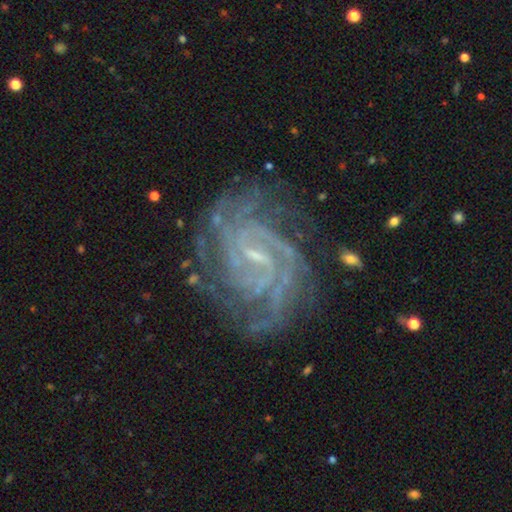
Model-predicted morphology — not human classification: This appears to be a featured or disk galaxy (88%) with a weak bar (49%), 2 (26%) tight (69%) spiral arms (98%) and a small central bulge (77%). Merging: none (78%).